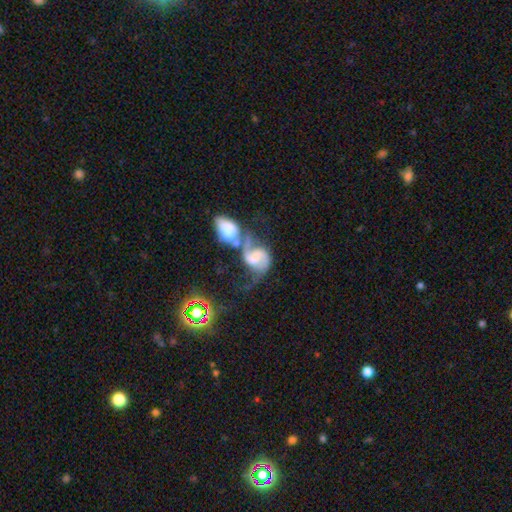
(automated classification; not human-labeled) The model was most divided on "bar": no: 40%, weak: 39%, strong: 20%. Remaining: edge-on disk — no (97%); spiral arms — yes (92%); spiral arm count — 2 (85%); smooth or featured — featured or disk (76%); merging — merger (60%); spiral winding — loose (52%); bulge size — none (35%).